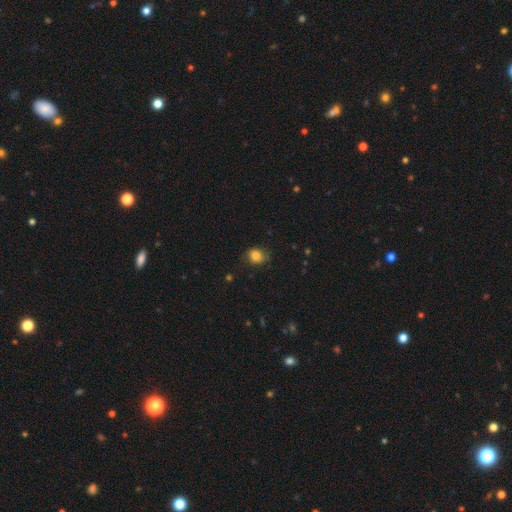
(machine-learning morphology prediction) The model was most divided on "how rounded": round: 65%, in between: 35%, cigar-shaped: 1%. More confident: smooth or featured — smooth (83%); merging — none (71%).